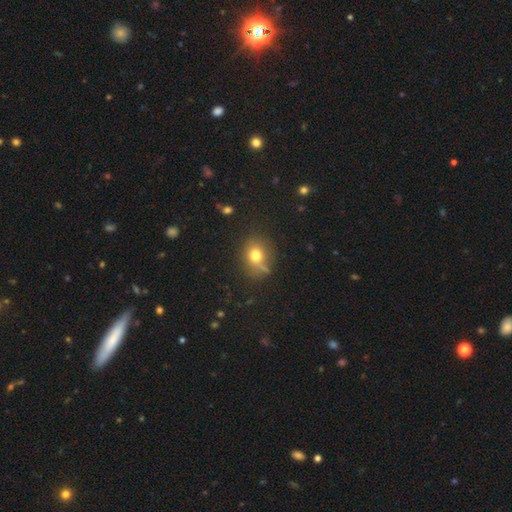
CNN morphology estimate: This is likely a smooth galaxy (76%). How rounded: likely round (63%). Merging: likely none (66%).